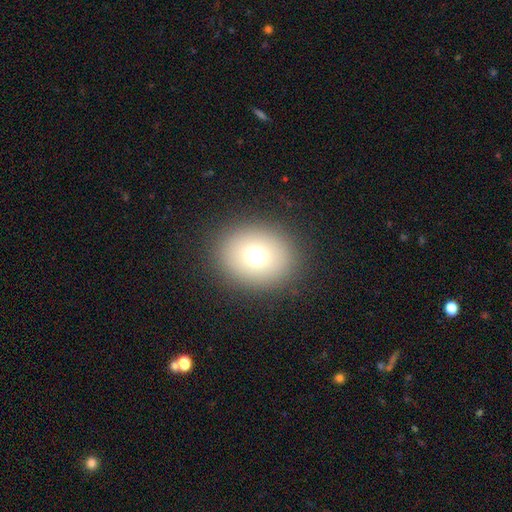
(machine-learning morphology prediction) Smooth or featured: smooth — 71% (star or artifact — 16%)
How rounded: round — 62% (in between — 37%)
Merging: none — 88% (minor disturbance — 7%)